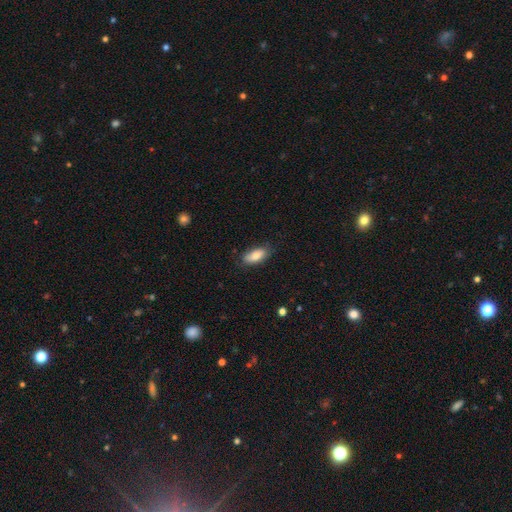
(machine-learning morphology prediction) smooth-or-featured: smooth: 84% | featured or disk: 10% | star or artifact: 7%
  how-rounded: in between: 85% | cigar-shaped: 13% | round: 2%
  merging: none: 78% | minor disturbance: 17% | major disturbance: 4% | merger: 1%